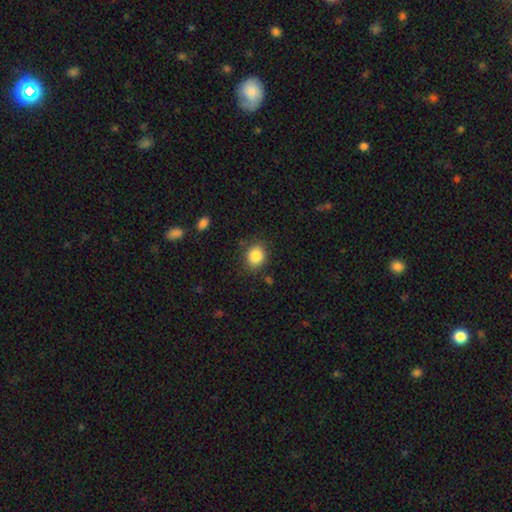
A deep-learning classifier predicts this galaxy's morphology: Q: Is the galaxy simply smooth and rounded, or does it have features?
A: smooth — 85%.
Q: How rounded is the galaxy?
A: round — 64%.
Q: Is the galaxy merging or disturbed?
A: none — 81%.